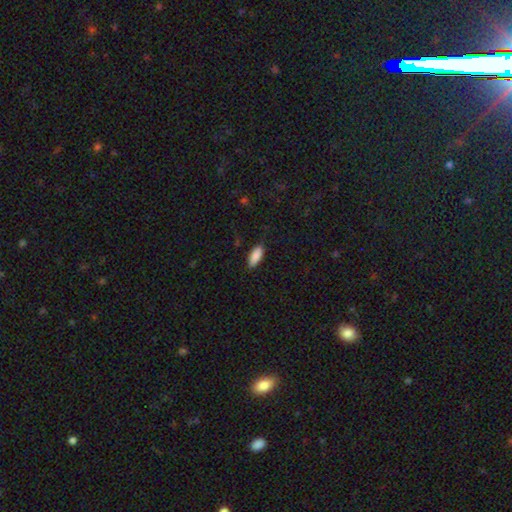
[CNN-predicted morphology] The model was most divided on "how rounded": in between: 80%, cigar-shaped: 18%, round: 2%. More confident: smooth or featured — smooth (89%); merging — none (84%).